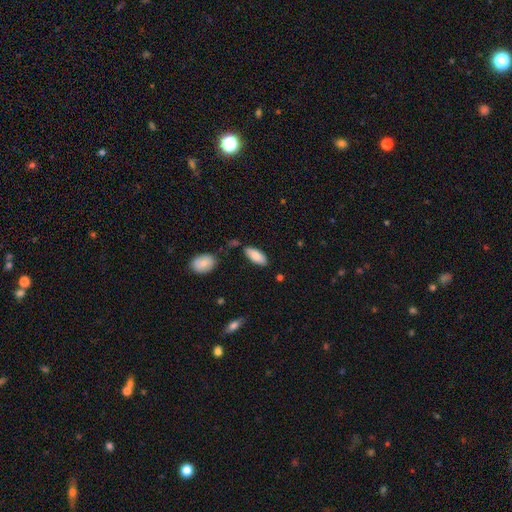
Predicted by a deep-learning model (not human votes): Smooth or featured?
  - smooth: 84% *
  - featured or disk: 10%
  - star or artifact: 6%
How rounded?
  - in between: 86% *
  - cigar-shaped: 12%
  - round: 2%
Merging?
  - none: 78% *
  - minor disturbance: 15%
  - merger: 4%
  - major disturbance: 3%